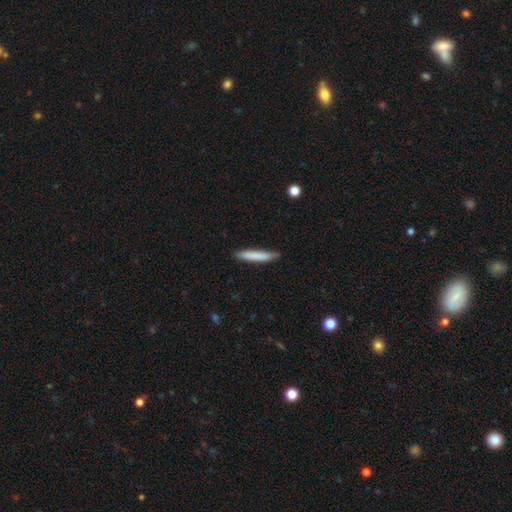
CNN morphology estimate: A smooth galaxy with no disk features (78%) that is cigar-shaped (93%). Merging: none (81%).